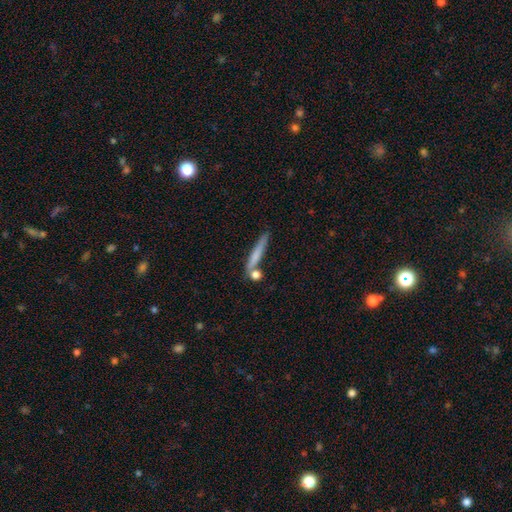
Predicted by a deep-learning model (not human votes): A smooth galaxy with no disk features (68%) that is cigar-shaped (91%). Merging: none (70%).